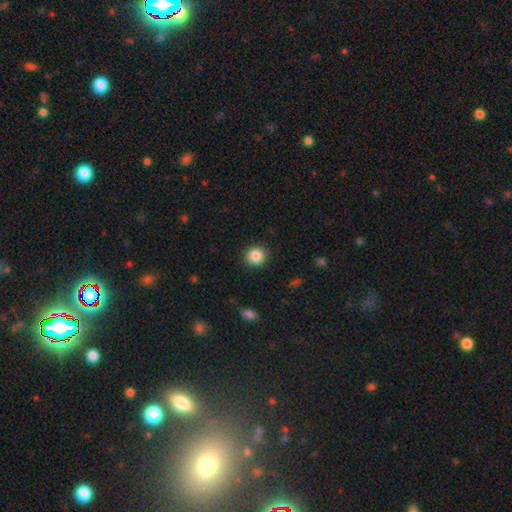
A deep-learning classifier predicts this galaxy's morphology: Q: Smooth or featured?
A: smooth (86%); runner-up: star or artifact (9%)
Q: How rounded?
A: round (90%); runner-up: in between (9%)
Q: Merging?
A: none (90%); runner-up: minor disturbance (7%)